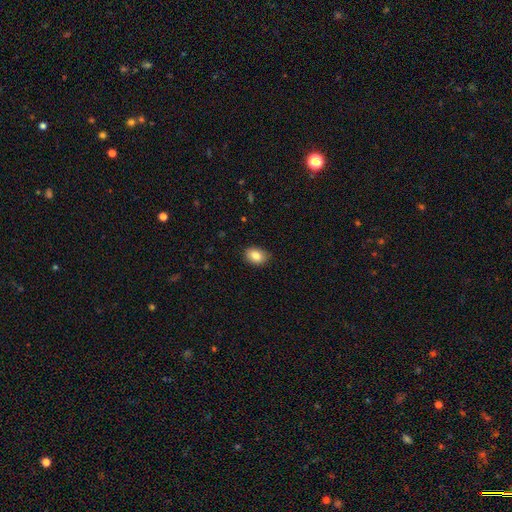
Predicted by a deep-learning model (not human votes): Smooth or featured: smooth — 85% (star or artifact — 8%)
How rounded: in between — 77% (round — 22%)
Merging: none — 84% (minor disturbance — 13%)